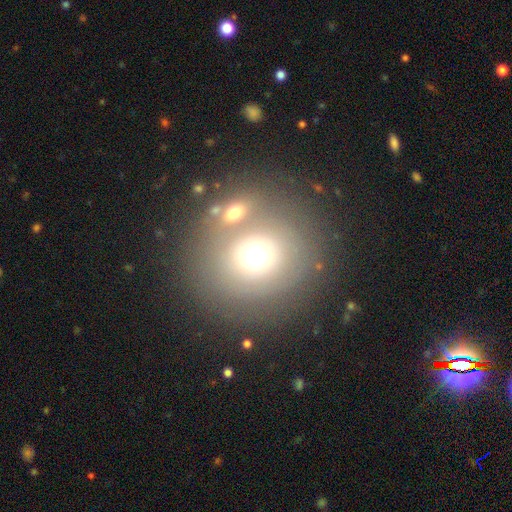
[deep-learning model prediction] smooth 65%, featured or disk 19%, star or artifact 17%. Down the decision tree: how rounded — round (83%); merging — none (58%).